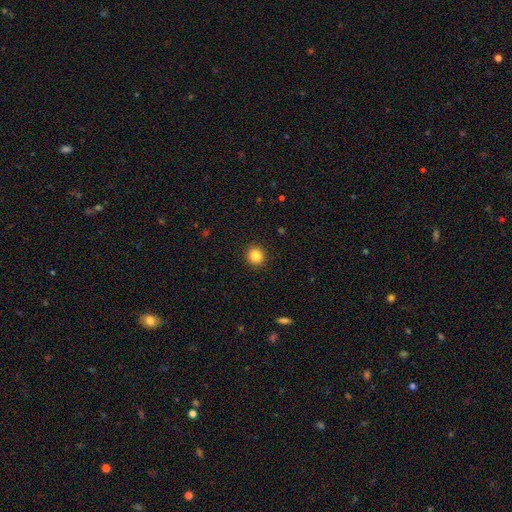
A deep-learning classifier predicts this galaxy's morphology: The model was most divided on "smooth or featured": smooth: 84%, star or artifact: 11%, featured or disk: 5%. More confident: merging — none (93%); how rounded — round (92%).